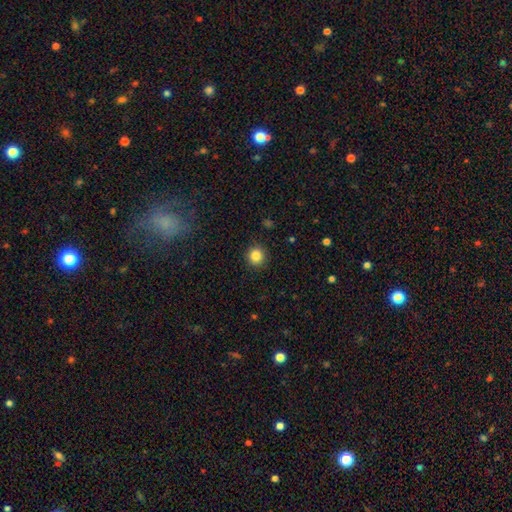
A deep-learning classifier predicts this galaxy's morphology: Overall: smooth (85%). How rounded: round (93%). Merging: none (91%).